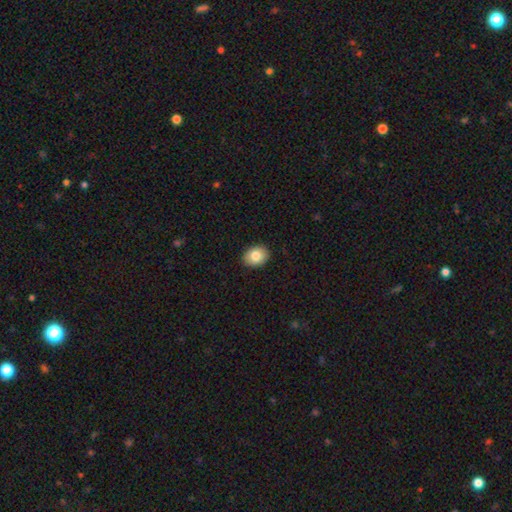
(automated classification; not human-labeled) A smooth galaxy with no disk features (83%) that is in between round and cigar-shaped (62%). Merging: none (90%).